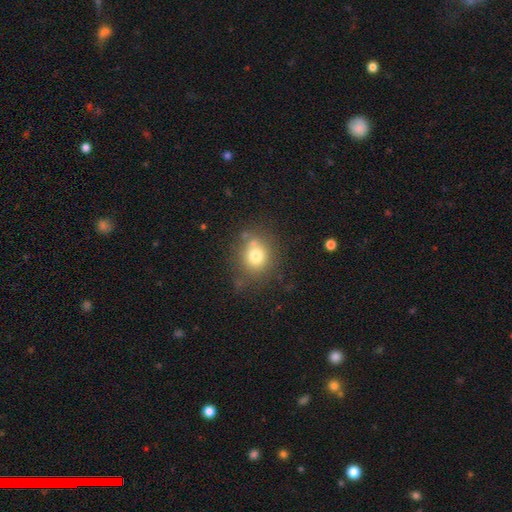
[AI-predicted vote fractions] smooth 74%, featured or disk 13%, star or artifact 13%. Down the decision tree: how rounded — round (77%); merging — none (67%).